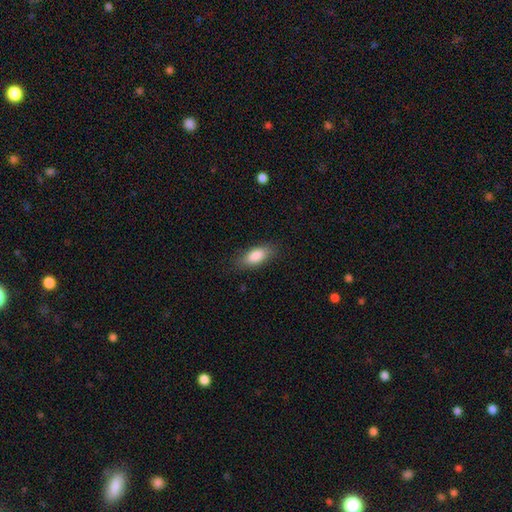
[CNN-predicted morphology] type=smooth (86%); roundness=in between (84%); merging=none (80%).